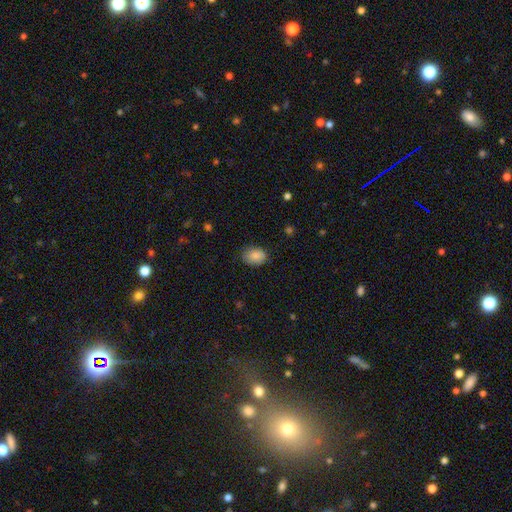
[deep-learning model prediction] Smooth or featured?
  - smooth: 86% *
  - star or artifact: 8%
  - featured or disk: 6%
How rounded?
  - in between: 67% *
  - round: 32%
  - cigar-shaped: 1%
Merging?
  - none: 75% *
  - minor disturbance: 20%
  - major disturbance: 4%
  - merger: 1%